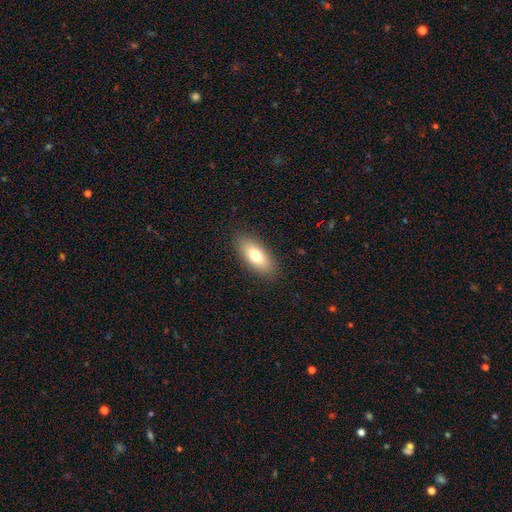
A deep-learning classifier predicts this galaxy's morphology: A smooth galaxy with no disk features (76%) that is in between round and cigar-shaped (82%). Merging: none (88%).